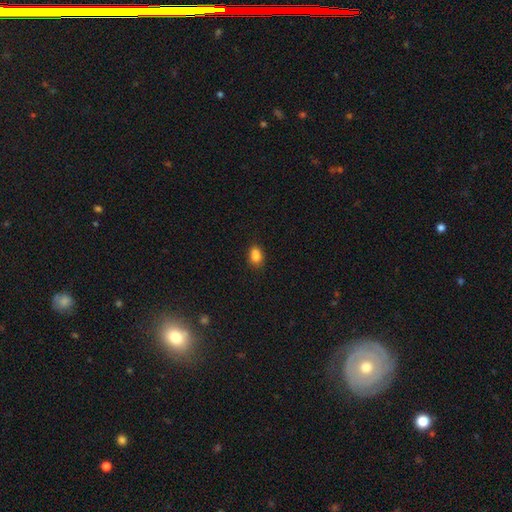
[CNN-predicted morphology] A smooth galaxy with no disk features (80%) that is in between round and cigar-shaped (61%). Merging: none (54%).